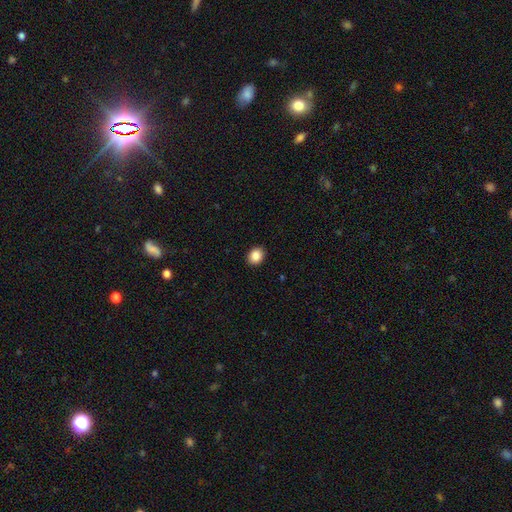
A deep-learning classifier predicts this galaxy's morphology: type=smooth (88%); roundness=round (57%); merging=none (92%).